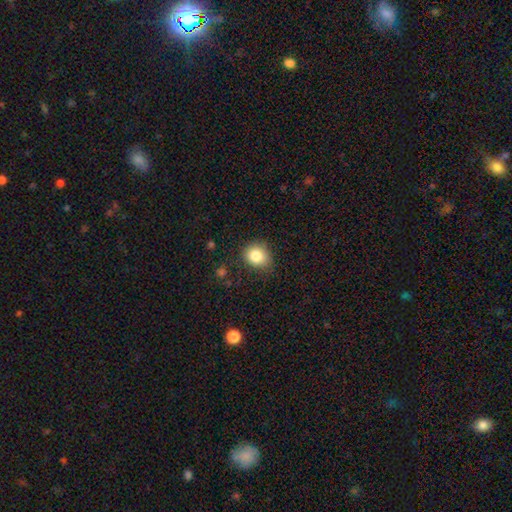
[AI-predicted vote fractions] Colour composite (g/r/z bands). It shows a smooth galaxy with no disk features (81%) that is round (69%). Merging: none (76%).